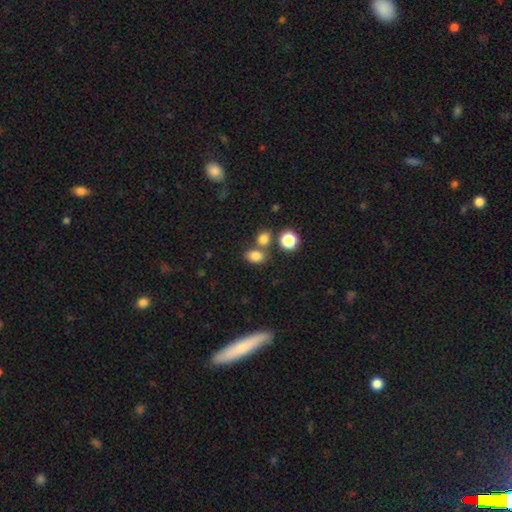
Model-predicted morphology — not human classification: Smooth or featured? Predicted: smooth (p=0.81). How rounded? Predicted: in between (p=0.73). Merging? Predicted: none (p=0.61).